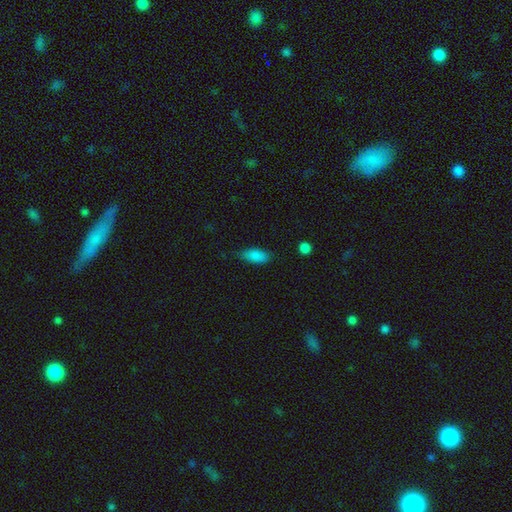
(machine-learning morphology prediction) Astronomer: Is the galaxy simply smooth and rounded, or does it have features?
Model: smooth — 86%.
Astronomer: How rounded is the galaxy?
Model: in between — 86%.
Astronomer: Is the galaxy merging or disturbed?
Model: none — 77%.